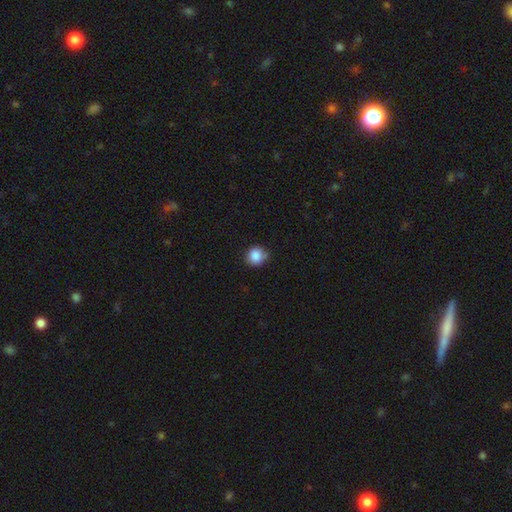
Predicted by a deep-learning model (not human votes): smooth-or-featured: smooth: 87% | star or artifact: 9% | featured or disk: 4%
  how-rounded: round: 87% | in between: 12% | cigar-shaped: 1%
  merging: none: 72% | minor disturbance: 22% | major disturbance: 4% | merger: 2%